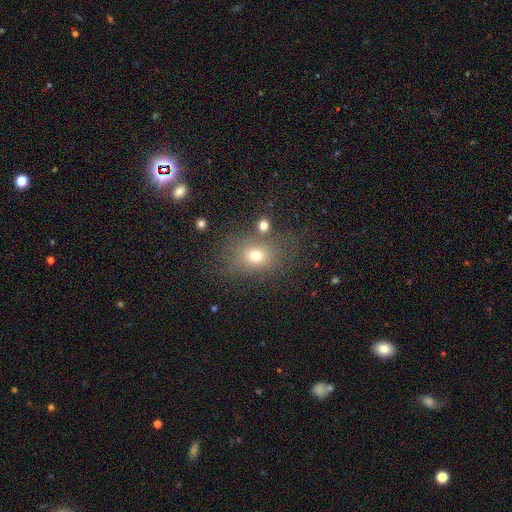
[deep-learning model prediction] A smooth galaxy with no disk features (69%) that is in between round and cigar-shaped (52%). Merging: none (67%).